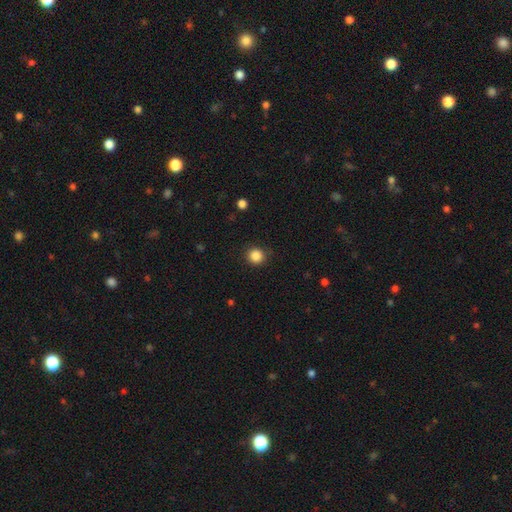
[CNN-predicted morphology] A smooth galaxy with no disk features (86%) that is round (92%).

Vote fractions:
- Smooth or featured? smooth: 86% / star or artifact: 11% / featured or disk: 3%
- How rounded? round: 92% / in between: 7% / cigar-shaped: 1%
- Merging? none: 88% / minor disturbance: 9% / major disturbance: 3% / merger: 1%